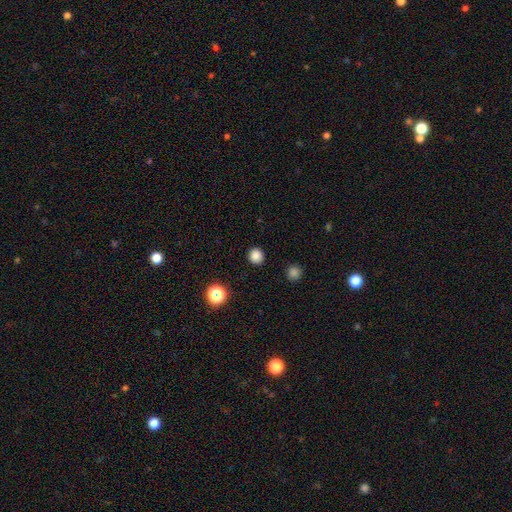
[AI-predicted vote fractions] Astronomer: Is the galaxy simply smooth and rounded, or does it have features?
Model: smooth — 83%.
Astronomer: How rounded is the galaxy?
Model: round — 93%.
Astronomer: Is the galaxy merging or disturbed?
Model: none — 92%.